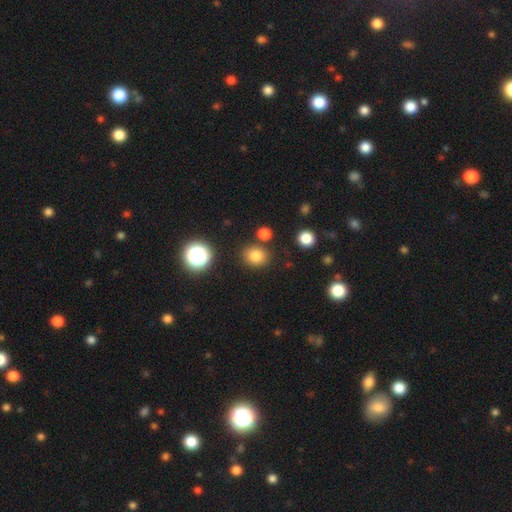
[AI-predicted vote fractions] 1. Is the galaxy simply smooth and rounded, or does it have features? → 81% smooth, 14% star or artifact, 5% featured or disk.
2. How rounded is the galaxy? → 72% round, 27% in between, 1% cigar-shaped.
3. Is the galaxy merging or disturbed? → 82% none, 9% minor disturbance, 6% merger, 3% major disturbance.